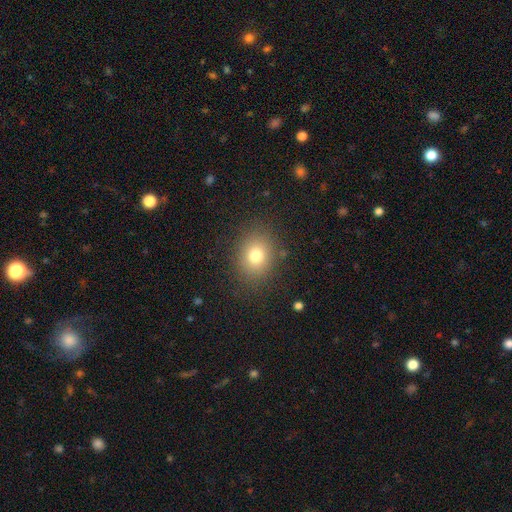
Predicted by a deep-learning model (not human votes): smooth-or-featured: smooth: 76% | star or artifact: 14% | featured or disk: 10%
  how-rounded: round: 60% | in between: 40% | cigar-shaped: 1%
  merging: none: 85% | minor disturbance: 10% | major disturbance: 4% | merger: 1%